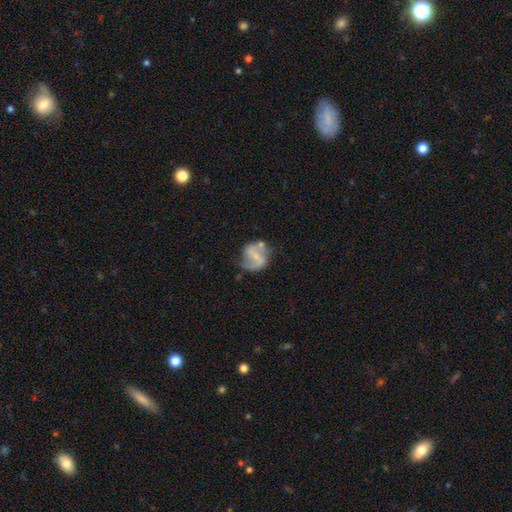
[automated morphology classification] A featured or disk galaxy (67%) with a weak bar (42%), 2 (84%) loose (45%) spiral arms (82%) and a small central bulge (54%).

Vote fractions:
- Smooth or featured? featured or disk: 67% / smooth: 26% / star or artifact: 7%
- Edge-on disk? no: 97% / yes: 3%
- Bar? weak: 42% / strong: 37% / no: 22%
- Spiral arms? yes: 82% / no: 18%
- Spiral winding? loose: 45% / medium: 41% / tight: 13%
- Spiral arm count? 2: 84% / can't tell: 7% / 1: 5% / 3: 1% / 4: 1% / more than 4: 1%
- Bulge size? small: 54% / moderate: 24% / none: 19% / large: 2% / dominant: 1%
- Merging? none: 59% / minor disturbance: 22% / major disturbance: 10% / merger: 9%